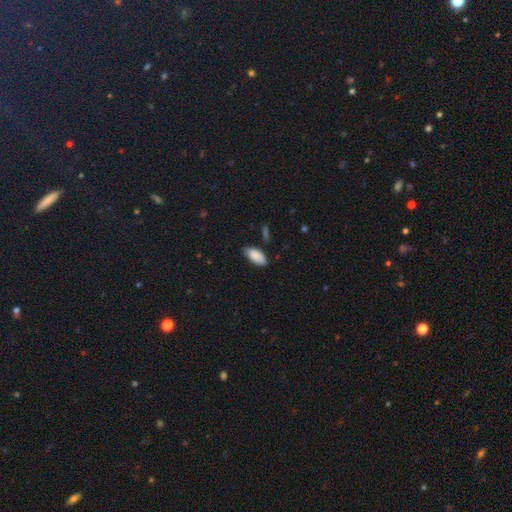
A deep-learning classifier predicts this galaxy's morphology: A smooth galaxy with no disk features (88%) that is in between round and cigar-shaped (92%). Merging: none (76%).